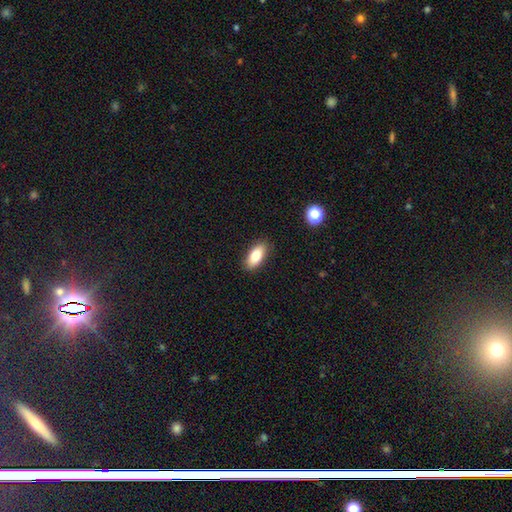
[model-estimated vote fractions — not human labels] Smooth or featured? Predicted: smooth (p=0.81). How rounded? Predicted: in between (p=0.85). Merging? Predicted: none (p=0.88).